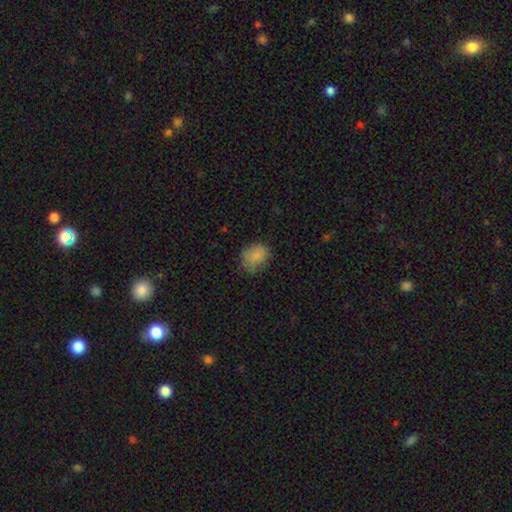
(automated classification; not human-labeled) smooth_or_featured: smooth (p=0.82) [alt: star or artifact p=0.09]
how_rounded: in between (p=0.54) [alt: round p=0.45]
merging: none (p=0.67) [alt: minor disturbance p=0.25]